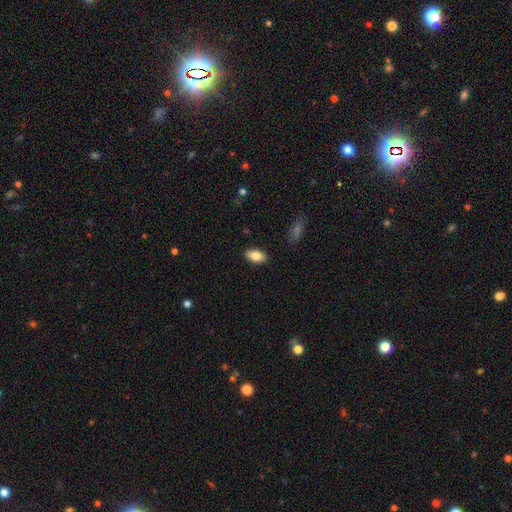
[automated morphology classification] Smooth or featured? smooth (82%)
How rounded? in between (92%)
Merging? none (88%)